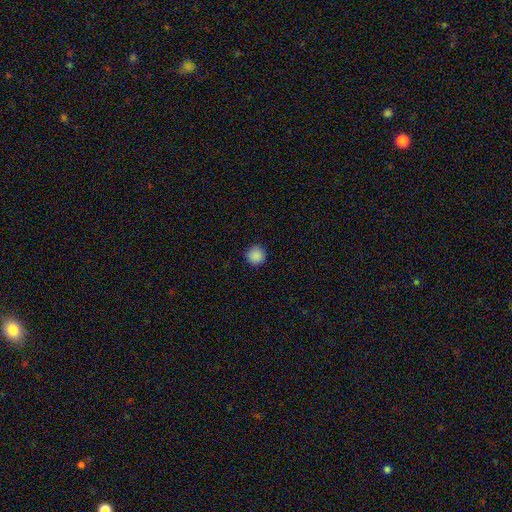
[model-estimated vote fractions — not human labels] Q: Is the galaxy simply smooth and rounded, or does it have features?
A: smooth — 88%.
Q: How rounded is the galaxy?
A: round — 96%.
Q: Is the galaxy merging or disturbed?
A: none — 92%.